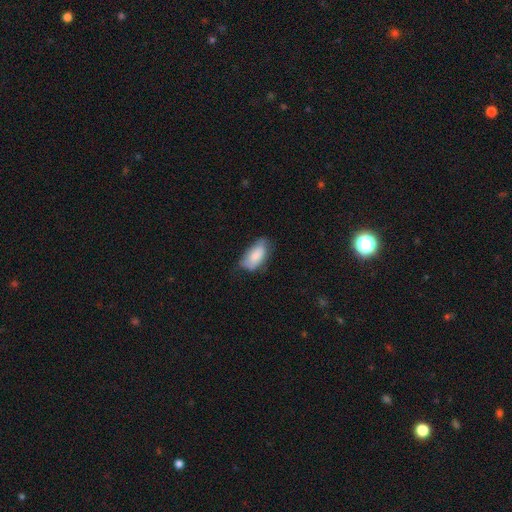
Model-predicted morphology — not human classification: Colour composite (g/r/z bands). It shows a smooth galaxy with no disk features (80%) that is in between round and cigar-shaped (93%). Merging: none (52%).